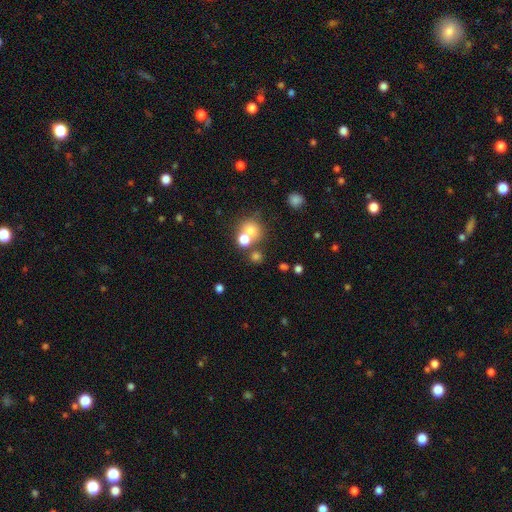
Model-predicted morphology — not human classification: A smooth galaxy with no disk features (66%) that is round (83%).

Vote fractions:
- Smooth or featured? smooth: 66% / star or artifact: 23% / featured or disk: 11%
- How rounded? round: 83% / in between: 16% / cigar-shaped: 1%
- Merging? none: 57% / merger: 31% / minor disturbance: 8% / major disturbance: 4%